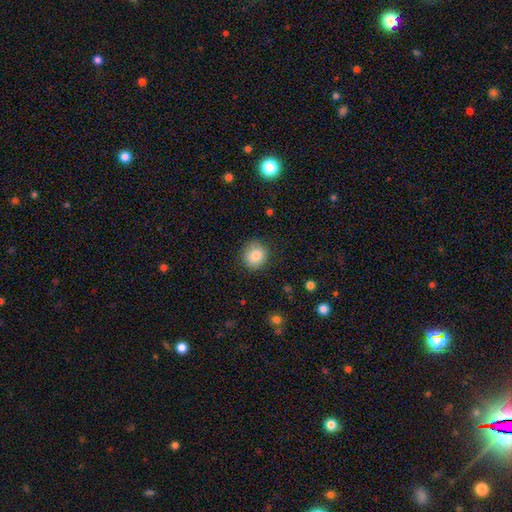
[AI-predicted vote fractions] Smooth or featured?
  - smooth: 83% *
  - star or artifact: 9%
  - featured or disk: 8%
How rounded?
  - round: 86% *
  - in between: 13%
  - cigar-shaped: 1%
Merging?
  - none: 87% *
  - minor disturbance: 9%
  - major disturbance: 2%
  - merger: 1%